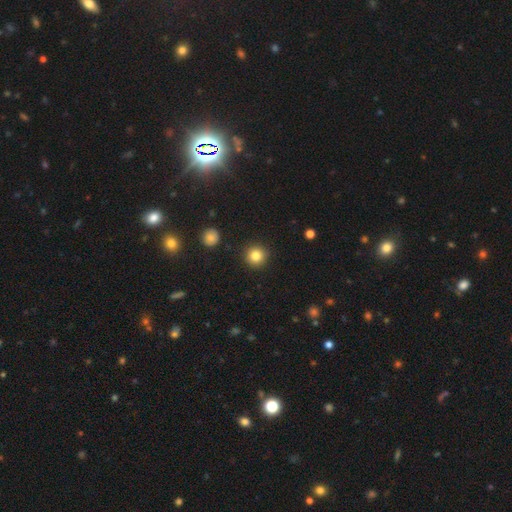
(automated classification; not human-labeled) Smooth or featured: smooth — 83% (star or artifact — 11%)
How rounded: round — 95% (in between — 4%)
Merging: none — 91% (minor disturbance — 5%)